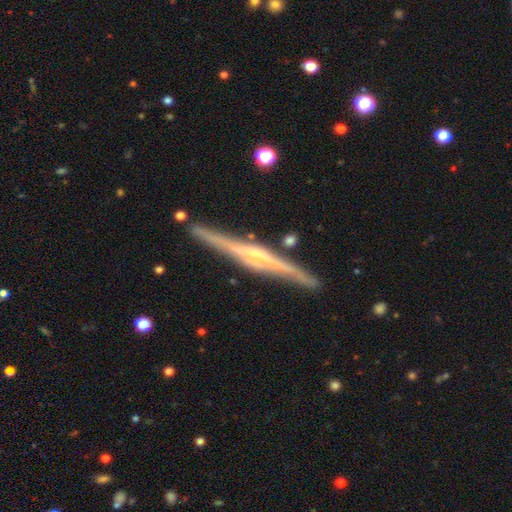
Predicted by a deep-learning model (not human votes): This is clearly a featured or disk galaxy (84%). It is clearly viewed edge-on (98%). Edge-on bulge: likely rounded (61%). Merging: clearly none (87%).